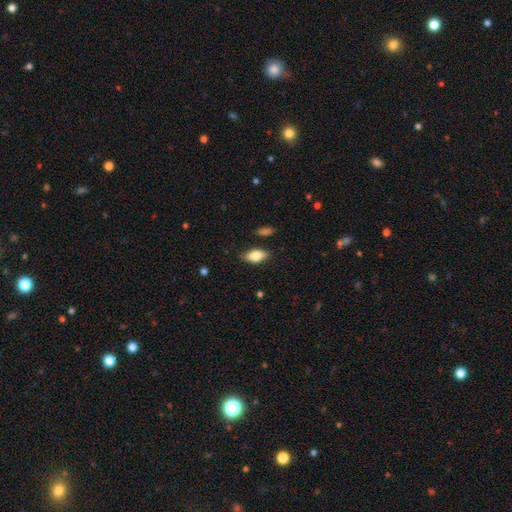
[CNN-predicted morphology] A smooth galaxy with no disk features (75%) that is in between round and cigar-shaped (87%).

Vote fractions:
- Smooth or featured? smooth: 75% / featured or disk: 18% / star or artifact: 7%
- How rounded? in between: 87% / cigar-shaped: 7% / round: 5%
- Merging? none: 82% / minor disturbance: 14% / major disturbance: 3% / merger: 2%